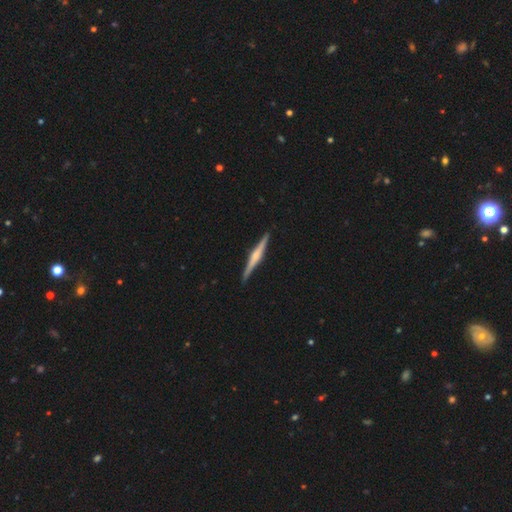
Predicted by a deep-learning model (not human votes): Overall: featured or disk (73%). Edge-on disk: yes (98%). Edge-on bulge: rounded (64%). Merging: none (91%).